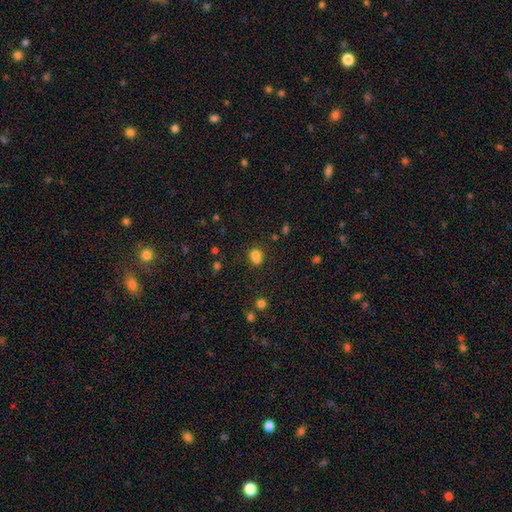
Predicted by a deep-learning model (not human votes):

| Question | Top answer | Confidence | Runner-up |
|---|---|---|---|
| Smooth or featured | smooth | 77% | star or artifact (15%) |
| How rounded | in between | 57% | round (41%) |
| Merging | none | 51% | merger (25%) |